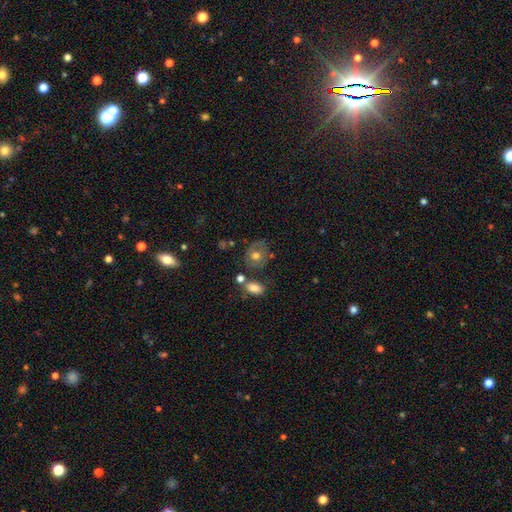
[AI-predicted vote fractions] Q: Smooth or featured?
A: smooth (64%); runner-up: featured or disk (27%)
Q: How rounded?
A: round (66%); runner-up: in between (33%)
Q: Merging?
A: none (57%); runner-up: minor disturbance (22%)